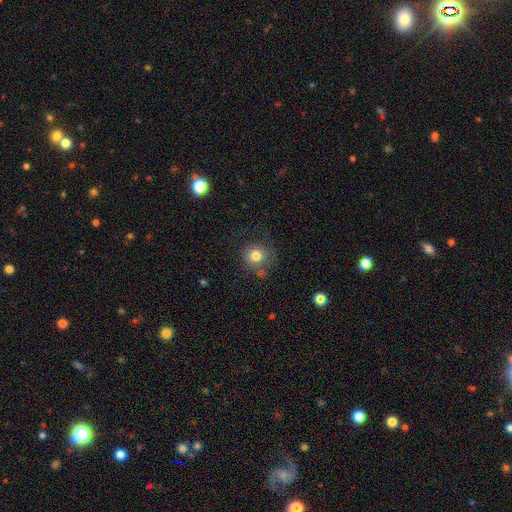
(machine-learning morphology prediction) The model was most divided on "merging": none: 68%, minor disturbance: 18%, major disturbance: 9%, merger: 5%. More confident: how rounded — round (90%); smooth or featured — smooth (80%).